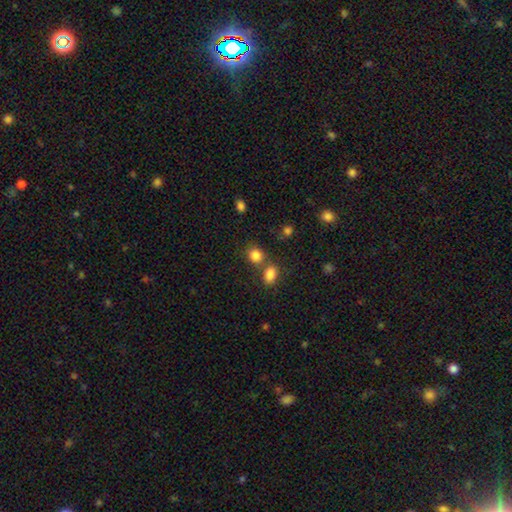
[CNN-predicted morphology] Smooth or featured? Predicted: smooth (p=0.84). How rounded? Predicted: round (p=0.63). Merging? Predicted: none (p=0.57).